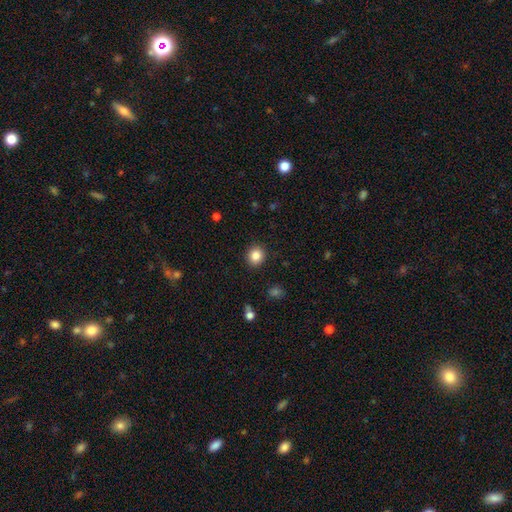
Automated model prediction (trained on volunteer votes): Smooth or featured? smooth (85%)
How rounded? round (82%)
Merging? none (90%)